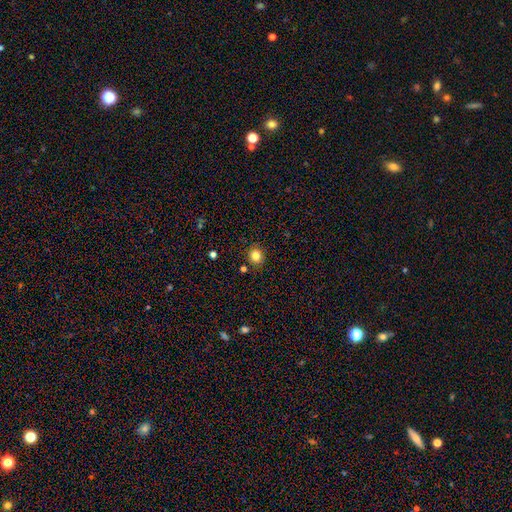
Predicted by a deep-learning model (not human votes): smooth-or-featured: smooth: 82% | star or artifact: 13% | featured or disk: 6%
  how-rounded: round: 86% | in between: 13% | cigar-shaped: 1%
  merging: none: 87% | minor disturbance: 8% | merger: 3% | major disturbance: 2%